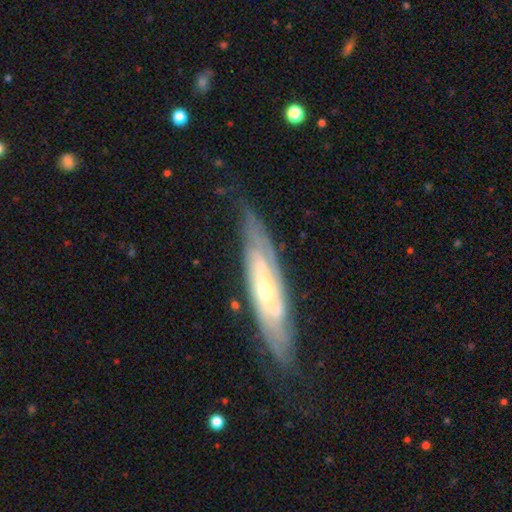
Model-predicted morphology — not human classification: type=featured or disk (79%); edge-on=no (63%); bar=no (53%); spiral arms=yes (89%); bulge=small (60%); merging=none (73%).